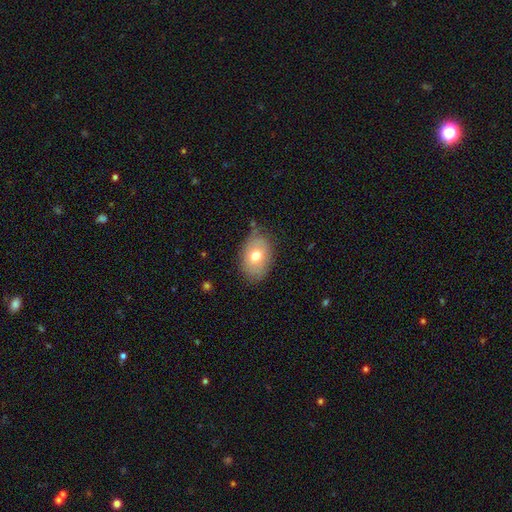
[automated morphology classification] smooth 70%, featured or disk 22%, star or artifact 8%. Down the decision tree: how rounded — in between (84%); merging — none (74%).